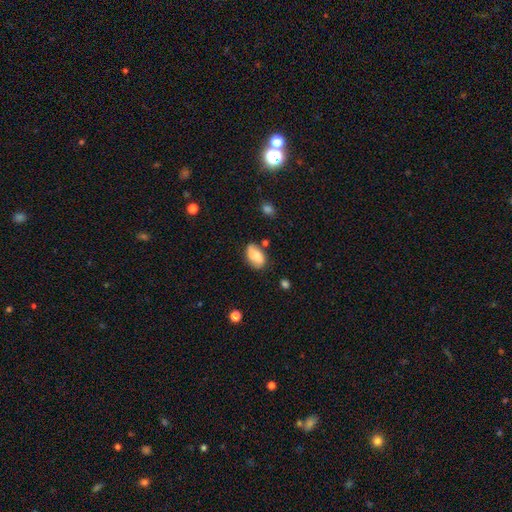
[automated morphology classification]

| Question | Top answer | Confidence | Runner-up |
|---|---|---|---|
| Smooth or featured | smooth | 73% | featured or disk (19%) |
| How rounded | in between | 92% | round (6%) |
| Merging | none | 71% | minor disturbance (21%) |